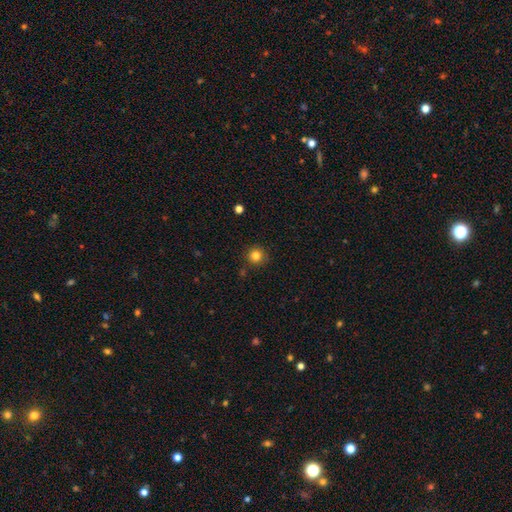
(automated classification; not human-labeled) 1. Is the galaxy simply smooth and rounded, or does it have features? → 82% smooth, 12% star or artifact, 6% featured or disk.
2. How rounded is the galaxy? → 94% round, 5% in between, 1% cigar-shaped.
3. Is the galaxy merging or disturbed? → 86% none, 9% minor disturbance, 3% merger, 2% major disturbance.